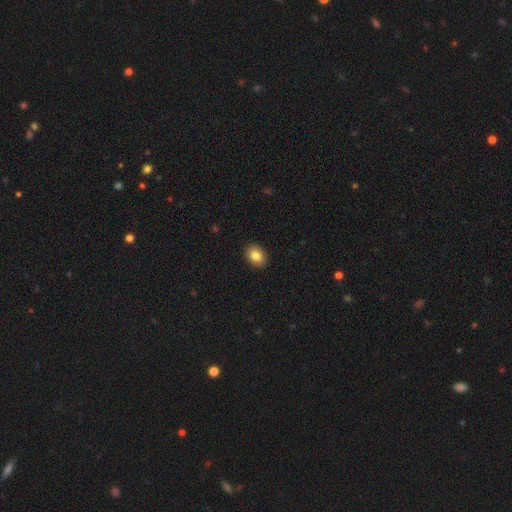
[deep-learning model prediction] Morphology: type=smooth (85%); roundness=in between (67%); merging=none (91%).